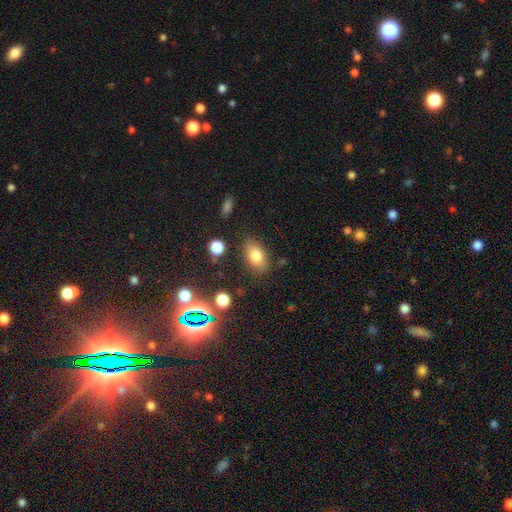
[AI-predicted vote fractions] smooth-or-featured: smooth: 78% | featured or disk: 11% | star or artifact: 10%
  how-rounded: in between: 85% | round: 12% | cigar-shaped: 2%
  merging: none: 80% | minor disturbance: 13% | major disturbance: 4% | merger: 3%